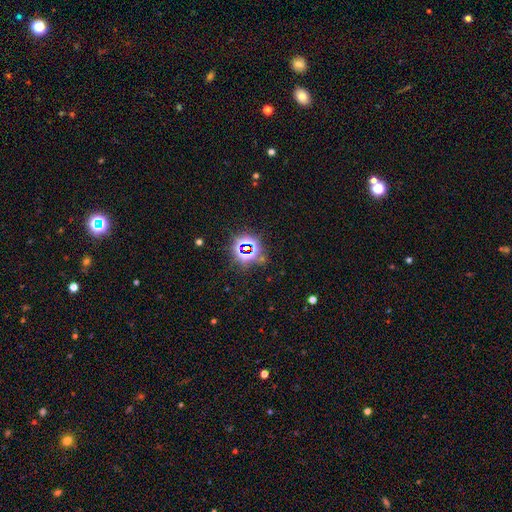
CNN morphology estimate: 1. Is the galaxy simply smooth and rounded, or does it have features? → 80% star or artifact, 13% smooth, 7% featured or disk.